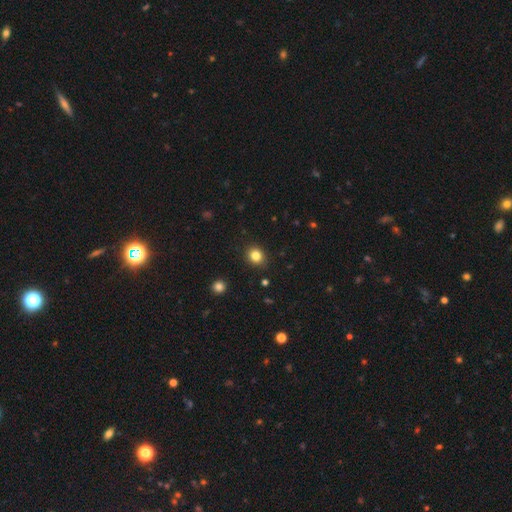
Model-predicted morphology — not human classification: Q: Smooth or featured?
A: smooth (83%); runner-up: star or artifact (12%)
Q: How rounded?
A: round (76%); runner-up: in between (23%)
Q: Merging?
A: none (89%); runner-up: minor disturbance (7%)